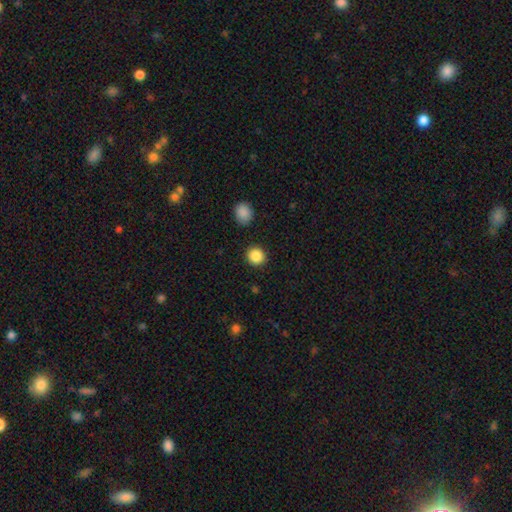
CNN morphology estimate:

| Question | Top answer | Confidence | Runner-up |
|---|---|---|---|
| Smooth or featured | smooth | 87% | star or artifact (9%) |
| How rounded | round | 90% | in between (9%) |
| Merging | none | 91% | minor disturbance (6%) |